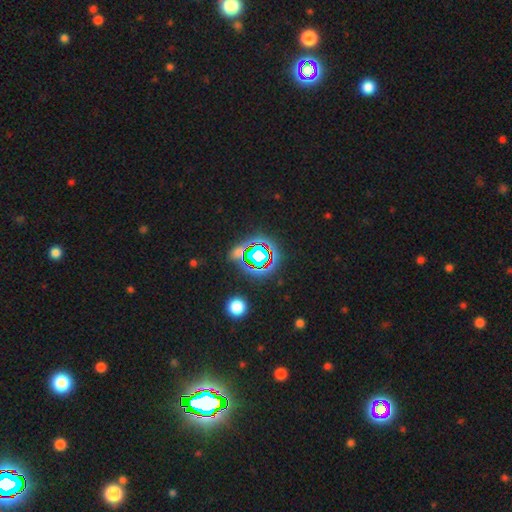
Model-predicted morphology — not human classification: type=star or artifact (74%).